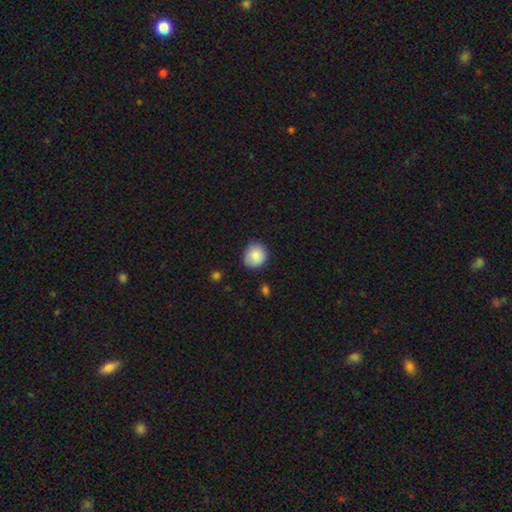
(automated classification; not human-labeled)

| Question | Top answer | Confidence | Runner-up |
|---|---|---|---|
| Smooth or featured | smooth | 85% | star or artifact (8%) |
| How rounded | round | 85% | in between (14%) |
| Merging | none | 81% | minor disturbance (15%) |